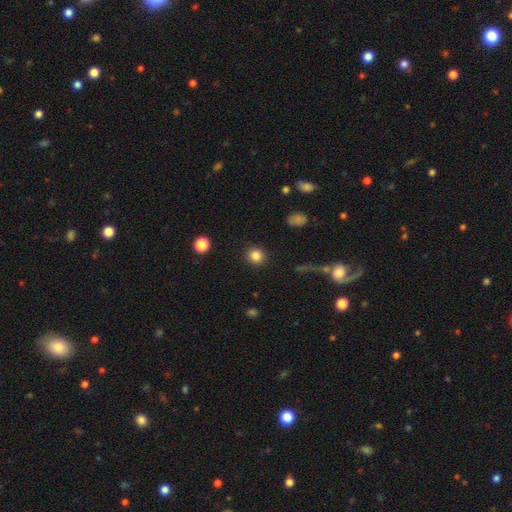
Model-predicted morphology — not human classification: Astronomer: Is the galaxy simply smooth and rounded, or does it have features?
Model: smooth — 84%.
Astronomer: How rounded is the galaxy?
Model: round — 91%.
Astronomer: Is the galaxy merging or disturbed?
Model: none — 91%.